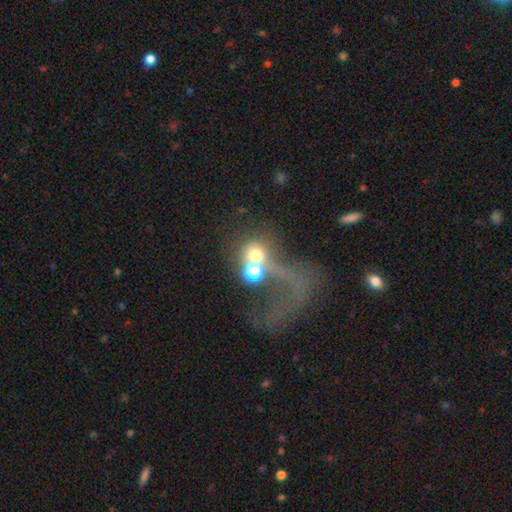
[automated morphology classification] The model was most divided on "merging": merger: 43%, major disturbance: 25%, none: 24%, minor disturbance: 8%. More confident: how rounded — round (79%); smooth or featured — smooth (53%).